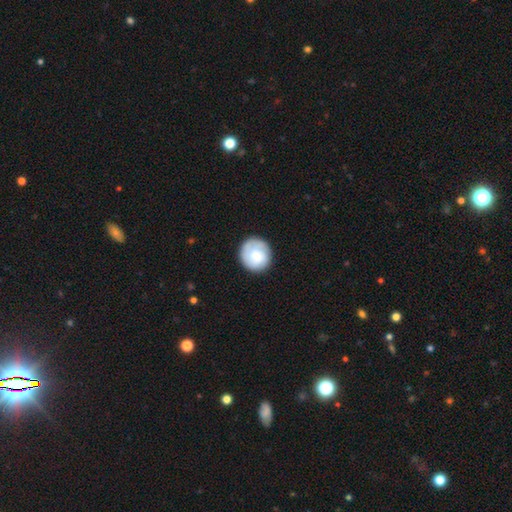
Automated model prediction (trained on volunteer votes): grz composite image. It shows a smooth galaxy with no disk features (66%) that is round (91%). Merging: none (83%).